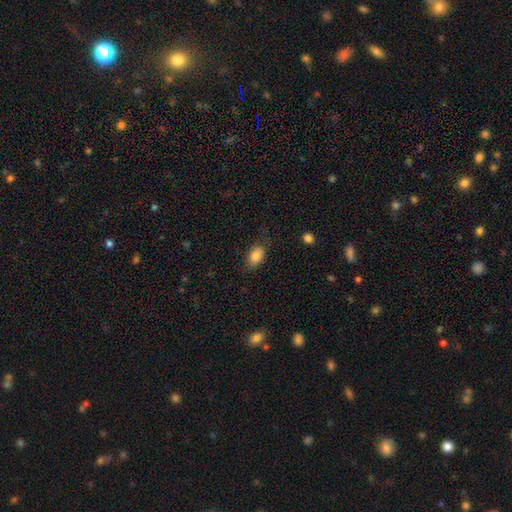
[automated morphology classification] This appears to be a smooth galaxy with no disk features (85%) that is in between round and cigar-shaped (87%). Merging: none (74%).